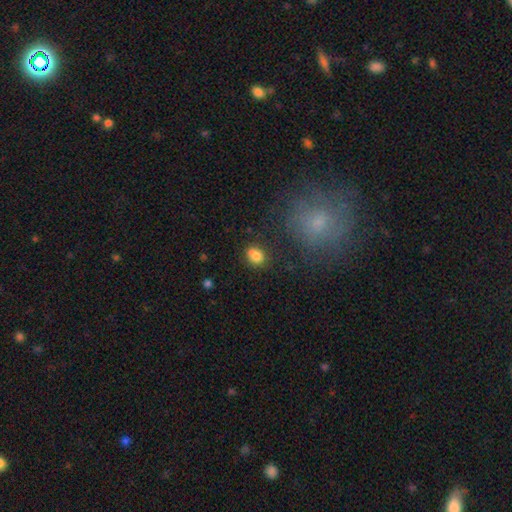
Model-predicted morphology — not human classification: Smooth or featured? smooth (80%)
How rounded? round (56%)
Merging? none (58%)